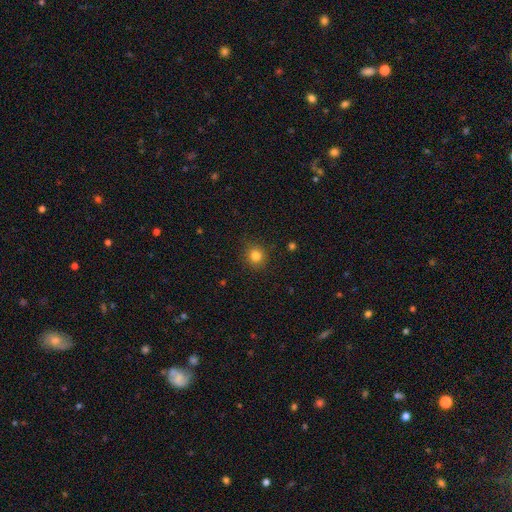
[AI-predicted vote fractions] This is clearly a smooth galaxy (82%). How rounded: clearly round (91%). Merging: clearly none (90%).